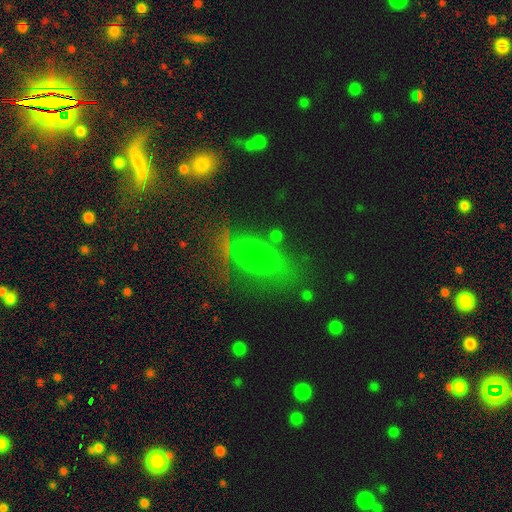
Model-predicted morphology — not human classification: A smooth galaxy with no disk features (59%) that is in between round and cigar-shaped (76%). Merging: none (61%).